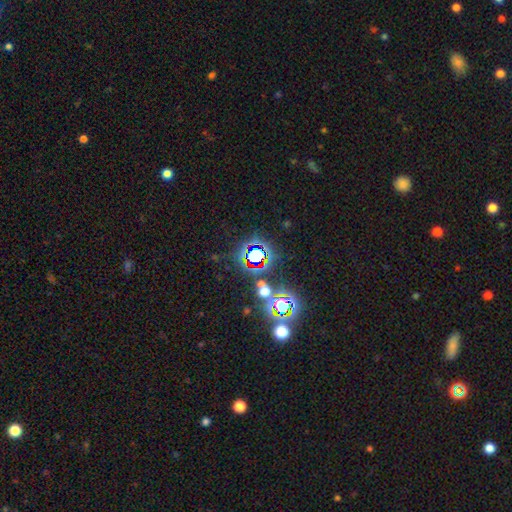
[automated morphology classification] type=star or artifact (68%).